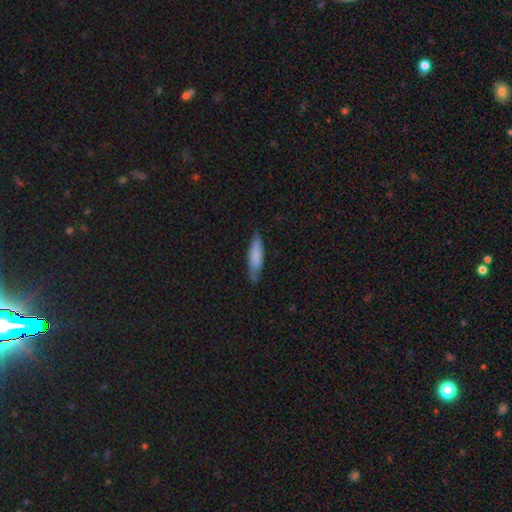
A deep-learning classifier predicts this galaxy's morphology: Overall: smooth (76%). How rounded: cigar-shaped (69%; in between 29%). Merging: none (75%).